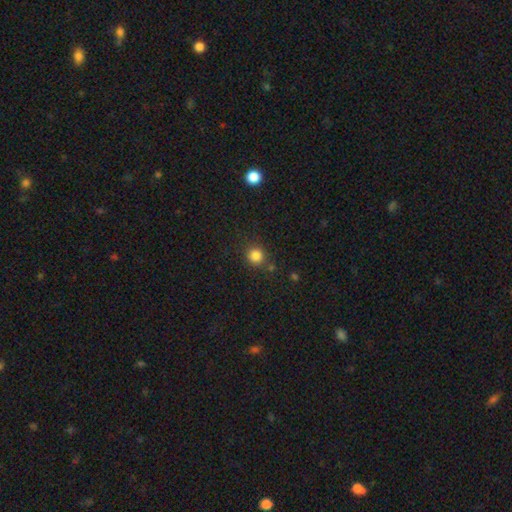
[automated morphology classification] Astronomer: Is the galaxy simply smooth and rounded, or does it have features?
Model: smooth — 83%.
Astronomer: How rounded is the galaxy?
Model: round — 91%.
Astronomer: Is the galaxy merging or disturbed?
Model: none — 80%.